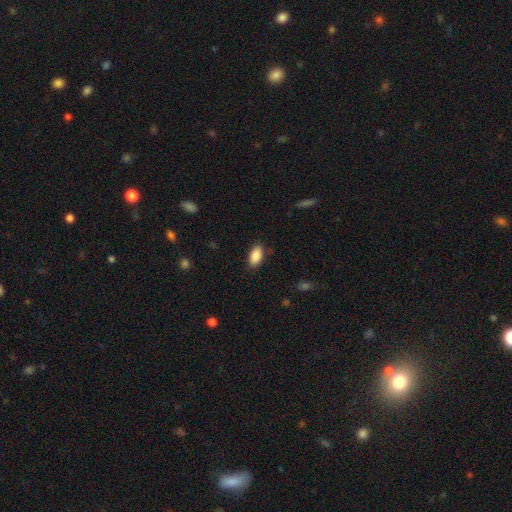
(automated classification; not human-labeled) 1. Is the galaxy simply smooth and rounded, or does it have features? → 88% smooth, 7% star or artifact, 5% featured or disk.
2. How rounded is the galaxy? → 93% in between, 4% cigar-shaped, 3% round.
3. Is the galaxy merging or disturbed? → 85% none, 11% minor disturbance, 3% major disturbance, 1% merger.